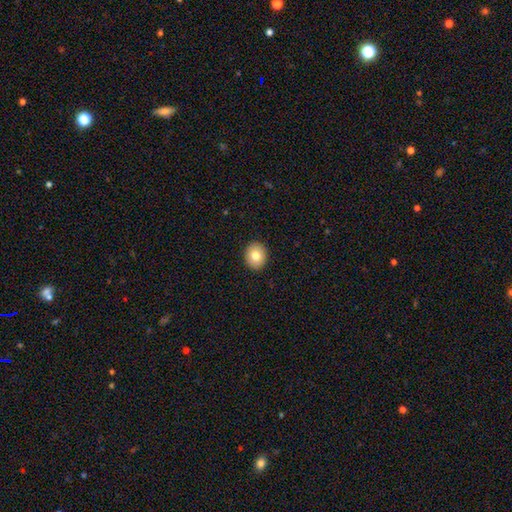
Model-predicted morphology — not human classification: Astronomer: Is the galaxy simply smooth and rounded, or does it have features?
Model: smooth — 79%.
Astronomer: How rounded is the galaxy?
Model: round — 66%.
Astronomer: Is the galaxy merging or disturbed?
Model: none — 92%.